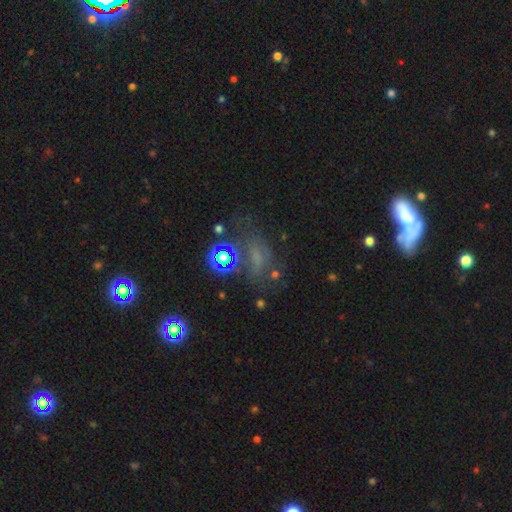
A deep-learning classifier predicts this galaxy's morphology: This is marginally a smooth galaxy (40%). Merging: possibly none (47%).